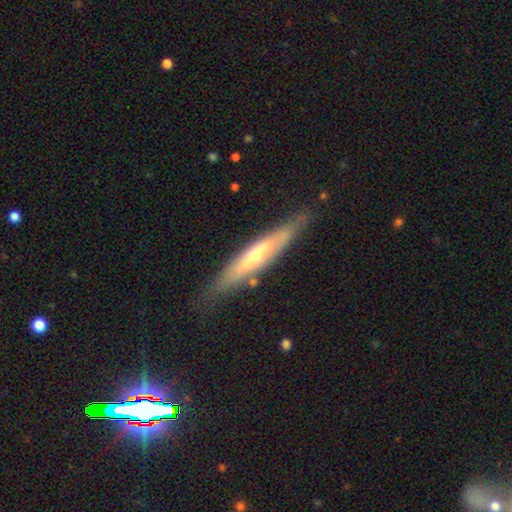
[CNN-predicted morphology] Smooth or featured? featured or disk (61%)
Edge-on disk? yes (85%)
Edge-on bulge? rounded (66%)
Merging? none (79%)